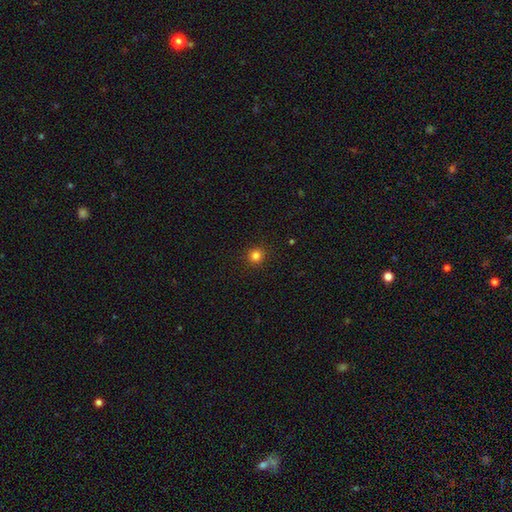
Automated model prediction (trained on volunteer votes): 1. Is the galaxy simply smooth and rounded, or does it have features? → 82% smooth, 14% star or artifact, 4% featured or disk.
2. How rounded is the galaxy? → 93% round, 6% in between, 1% cigar-shaped.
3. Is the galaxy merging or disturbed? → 92% none, 5% minor disturbance, 2% major disturbance, 1% merger.